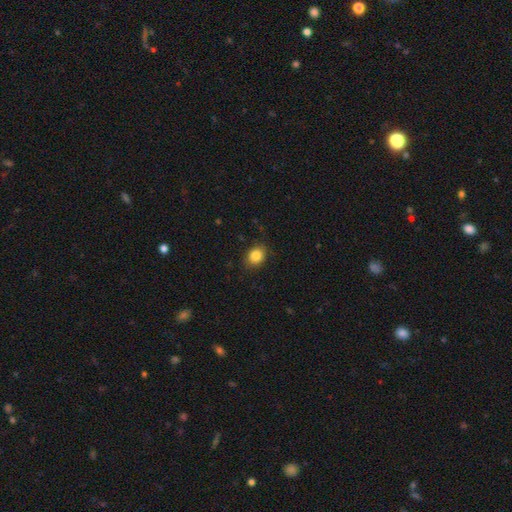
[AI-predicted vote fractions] A smooth galaxy with no disk features (85%) that is round (56%). Merging: none (83%).